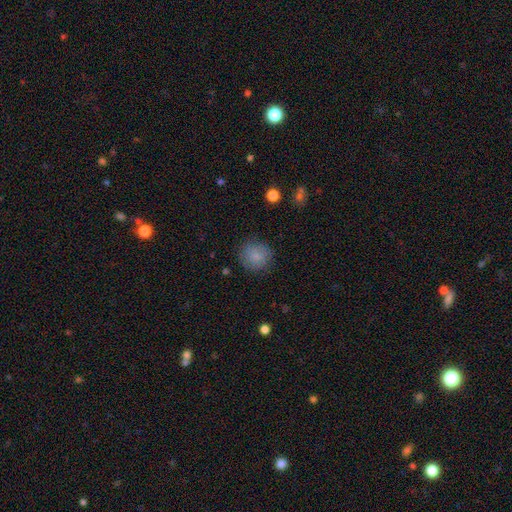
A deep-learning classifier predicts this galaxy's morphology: Overall: smooth (82%). How rounded: round (90%). Merging: none (82%).